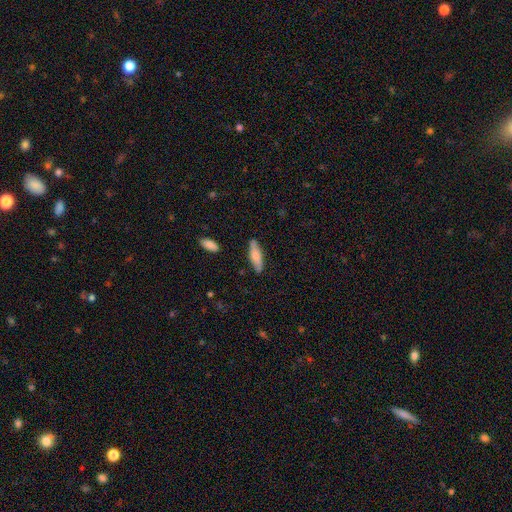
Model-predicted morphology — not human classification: A smooth galaxy with no disk features (72%) that is cigar-shaped (59%).

Vote fractions:
- Smooth or featured? smooth: 72% / featured or disk: 22% / star or artifact: 6%
- How rounded? cigar-shaped: 59% / in between: 39% / round: 2%
- Merging? none: 84% / minor disturbance: 12% / major disturbance: 2% / merger: 2%